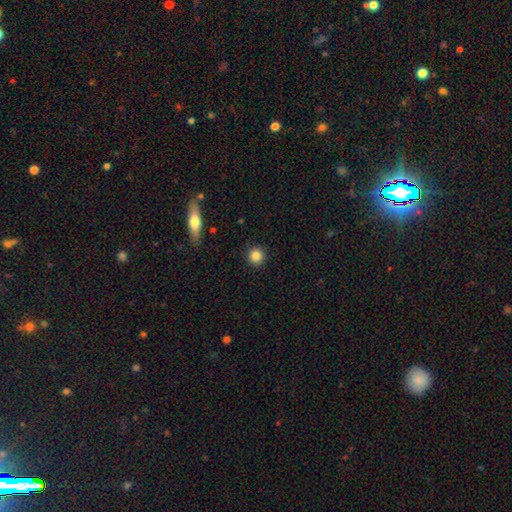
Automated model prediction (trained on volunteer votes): Smooth or featured: smooth — 85% (star or artifact — 10%)
How rounded: round — 94% (in between — 5%)
Merging: none — 92% (minor disturbance — 5%)